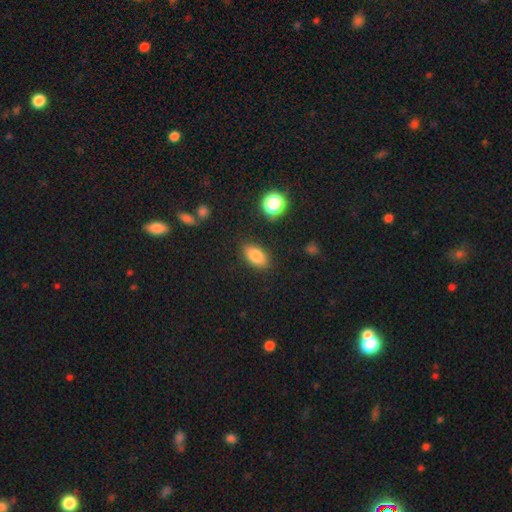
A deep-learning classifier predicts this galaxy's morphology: This appears to be a smooth galaxy with no disk features (81%) that is in between round and cigar-shaped (87%). Merging: none (83%).